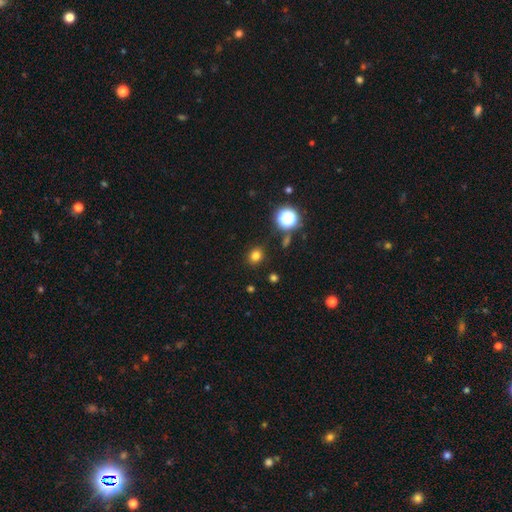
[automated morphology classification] Smooth or featured: smooth — 77% (star or artifact — 17%)
How rounded: round — 75% (in between — 25%)
Merging: none — 88% (minor disturbance — 8%)